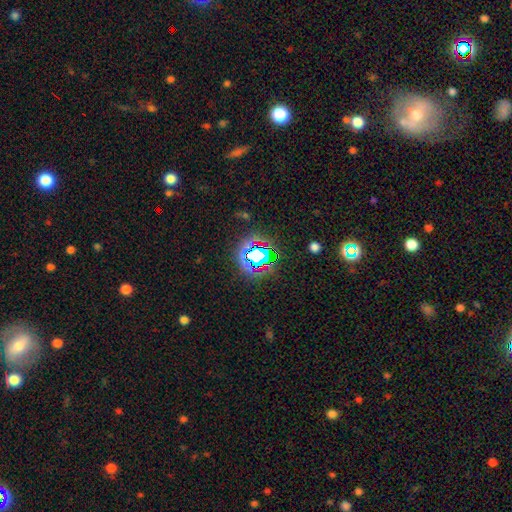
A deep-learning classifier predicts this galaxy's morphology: Overall: star or artifact (68%).